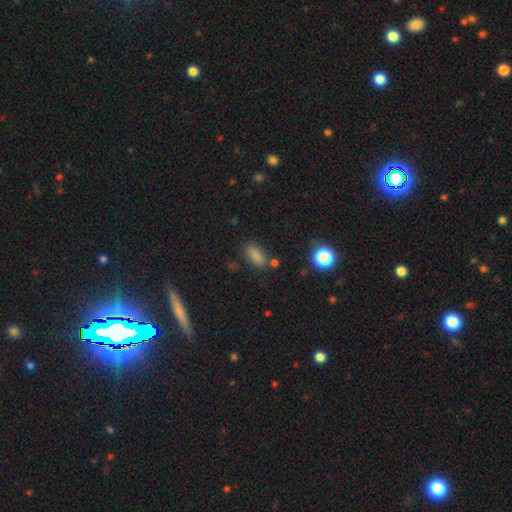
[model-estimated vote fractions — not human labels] Smooth or featured? smooth (82%)
How rounded? in between (83%)
Merging? none (75%)